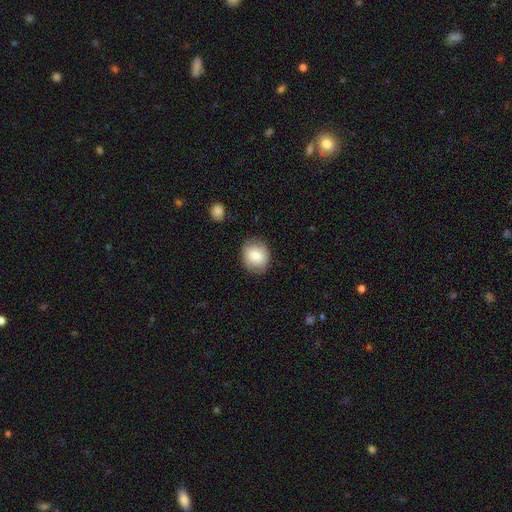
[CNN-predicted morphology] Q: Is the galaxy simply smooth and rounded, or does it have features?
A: smooth — 82%.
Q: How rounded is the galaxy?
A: round — 61%.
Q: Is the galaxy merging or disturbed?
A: none — 82%.